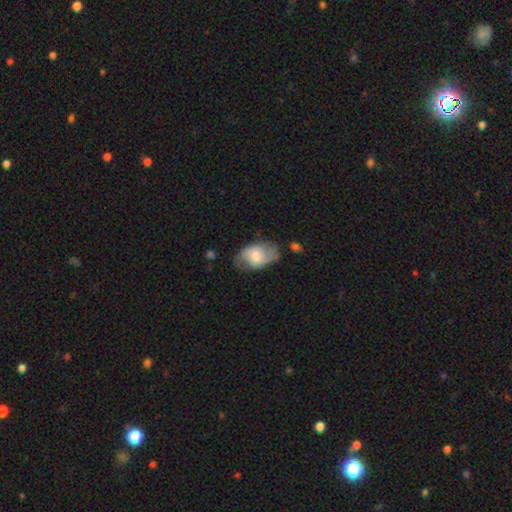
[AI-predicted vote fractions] Overall: smooth (49%; featured or disk 44%). Merging: none (64%; minor disturbance 25%).